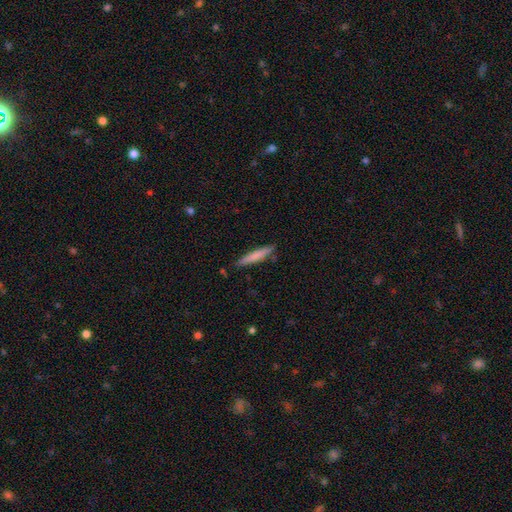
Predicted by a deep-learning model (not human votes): Overall: smooth (72%). How rounded: cigar-shaped (94%). Merging: none (85%).